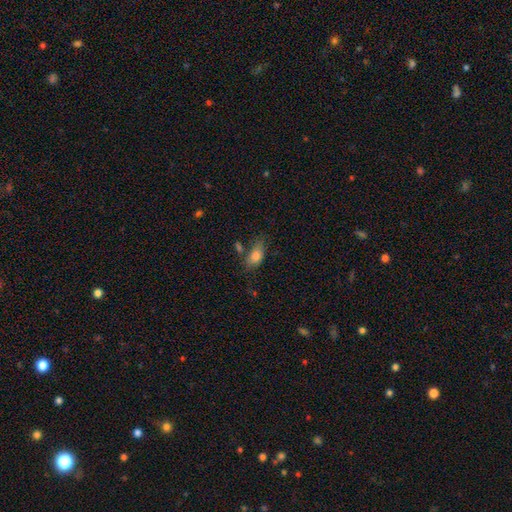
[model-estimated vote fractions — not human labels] Smooth or featured? smooth (80%)
How rounded? in between (87%)
Merging? none (51%)